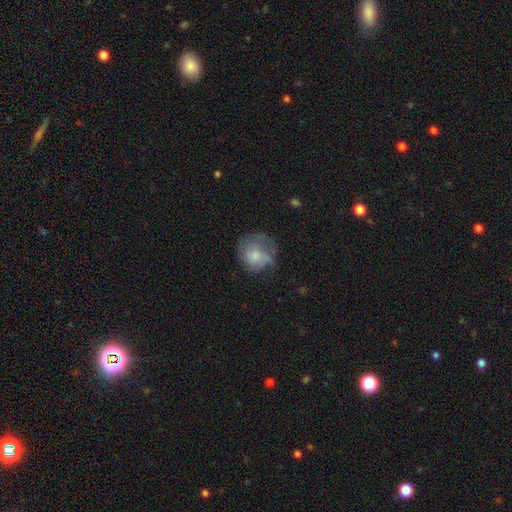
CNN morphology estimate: Smooth or featured: smooth — 55% (featured or disk — 36%)
How rounded: round — 76% (in between — 23%)
Merging: none — 43% (minor disturbance — 28%)